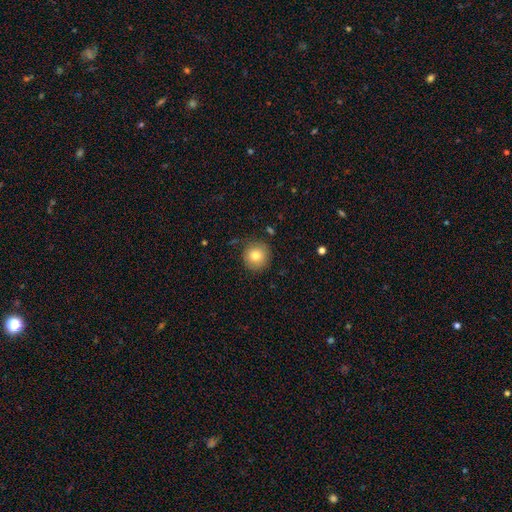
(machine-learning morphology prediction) Smooth or featured? smooth (80%)
How rounded? round (94%)
Merging? none (85%)